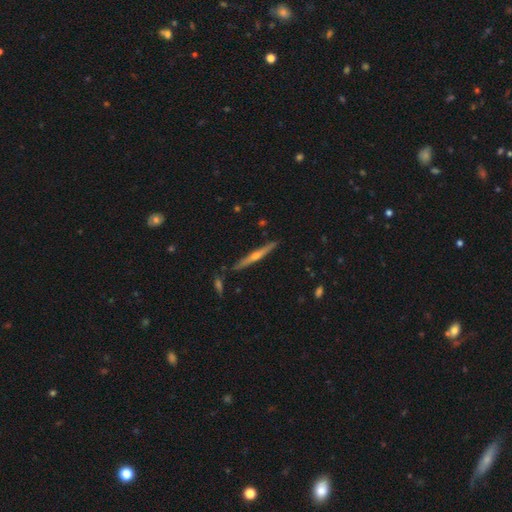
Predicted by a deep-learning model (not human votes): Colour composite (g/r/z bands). It shows a featured or disk galaxy (75%) viewed edge-on (98%) with a rounded central bulge (85%). Merging: none (88%).